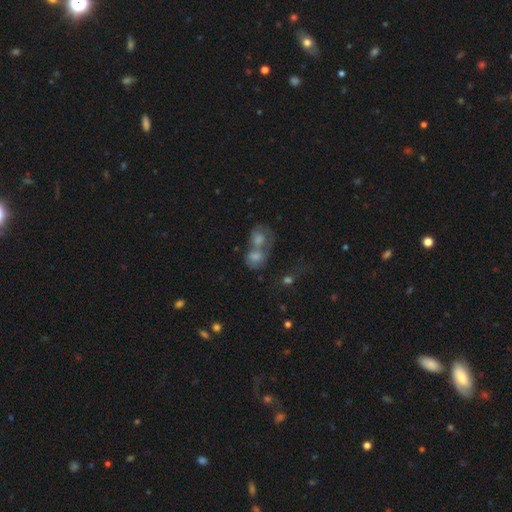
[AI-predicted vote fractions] This is likely a smooth galaxy (67%). How rounded: possibly in between (52%). Merging: likely merger (73%).